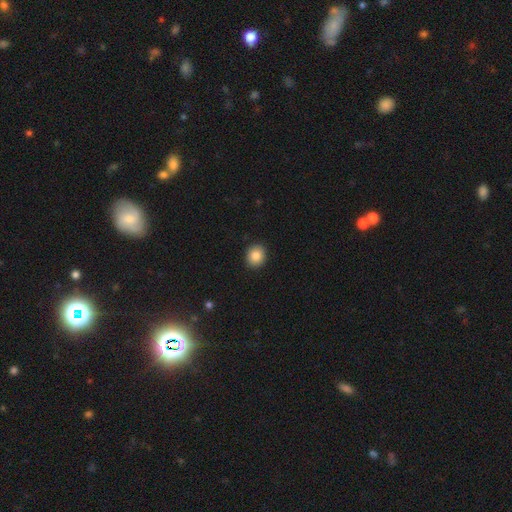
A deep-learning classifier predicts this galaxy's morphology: Q: Smooth or featured?
A: smooth (85%); runner-up: star or artifact (9%)
Q: How rounded?
A: round (71%); runner-up: in between (28%)
Q: Merging?
A: none (92%); runner-up: minor disturbance (6%)